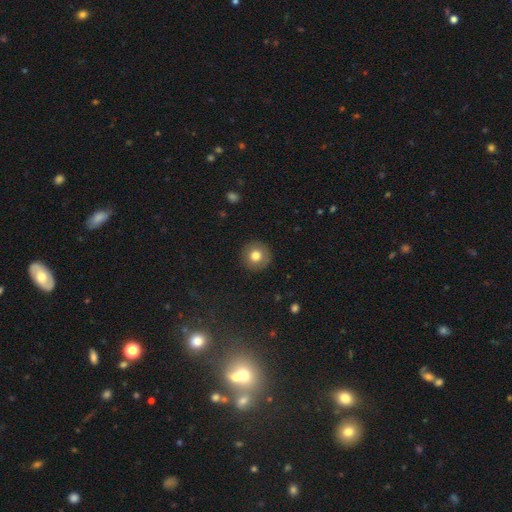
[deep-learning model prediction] Q: Smooth or featured?
A: smooth (77%); runner-up: featured or disk (13%)
Q: How rounded?
A: round (95%); runner-up: in between (4%)
Q: Merging?
A: none (91%); runner-up: minor disturbance (6%)